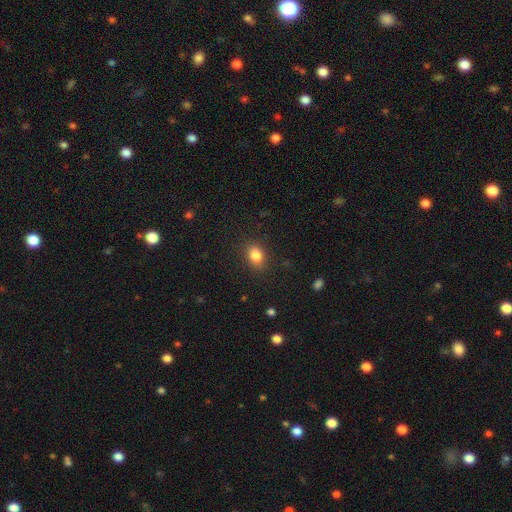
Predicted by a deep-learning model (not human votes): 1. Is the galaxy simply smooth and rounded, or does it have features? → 84% smooth, 10% star or artifact, 6% featured or disk.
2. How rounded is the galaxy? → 67% in between, 31% round, 1% cigar-shaped.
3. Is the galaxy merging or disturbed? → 85% none, 11% minor disturbance, 3% major disturbance, 1% merger.